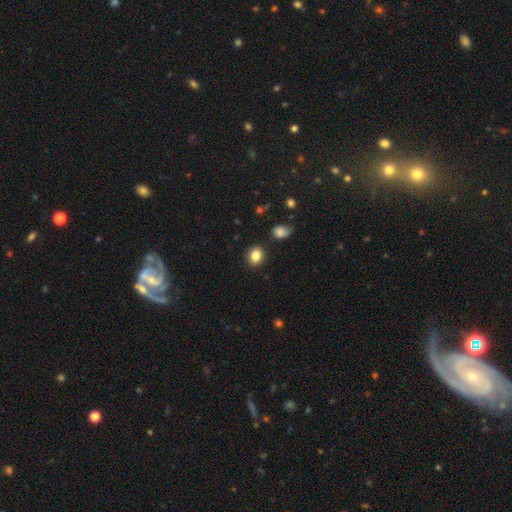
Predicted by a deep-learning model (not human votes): smooth 85%, star or artifact 10%, featured or disk 6%. Down the decision tree: how rounded — round (51%); merging — none (87%).